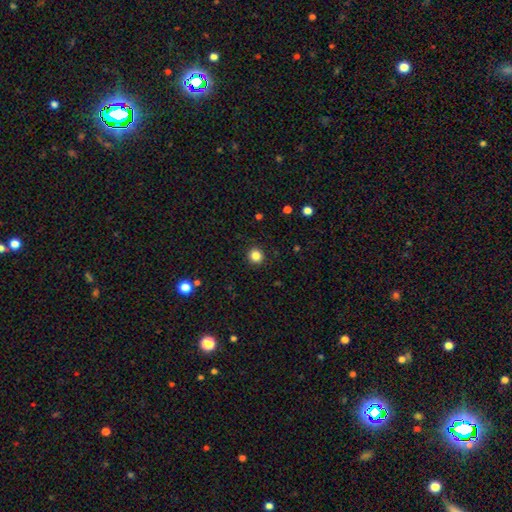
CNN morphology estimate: Smooth or featured? Predicted: smooth (p=0.84). How rounded? Predicted: round (p=0.93). Merging? Predicted: none (p=0.92).